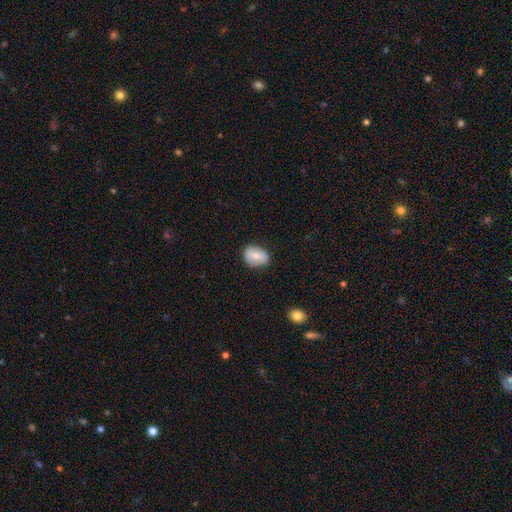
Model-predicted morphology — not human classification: This is likely a smooth galaxy (72%). How rounded: likely in between (71%). Merging: likely none (73%).